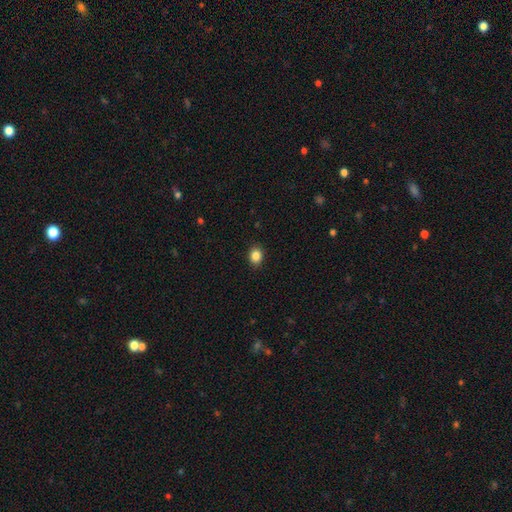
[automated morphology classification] This appears to be a smooth galaxy with no disk features (86%) that is round (53%). Merging: none (89%).